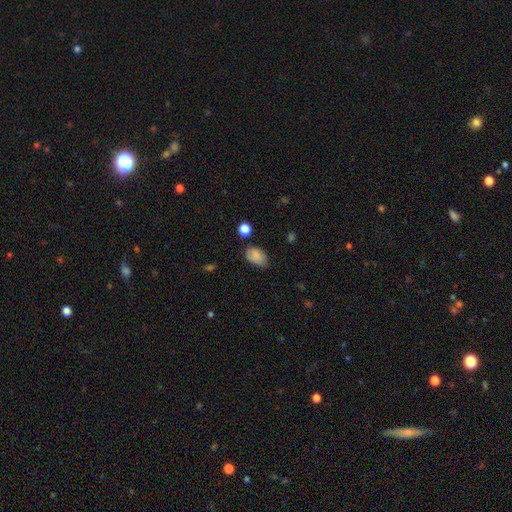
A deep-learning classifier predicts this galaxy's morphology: Smooth or featured? Predicted: smooth (p=0.81). How rounded? Predicted: in between (p=0.89). Merging? Predicted: none (p=0.70).